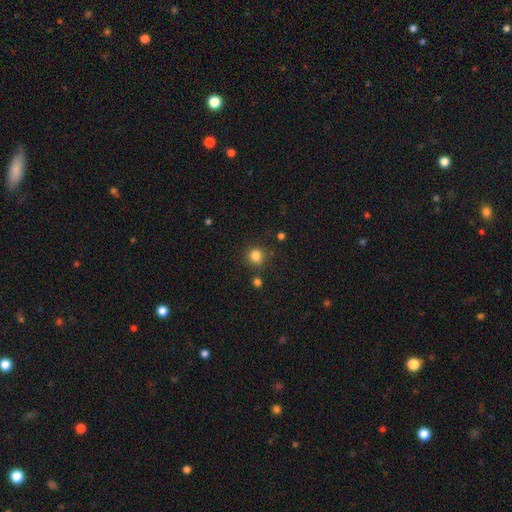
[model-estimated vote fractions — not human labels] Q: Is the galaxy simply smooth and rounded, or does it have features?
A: smooth — 82%.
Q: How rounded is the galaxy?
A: round — 87%.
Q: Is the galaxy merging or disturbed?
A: none — 82%.